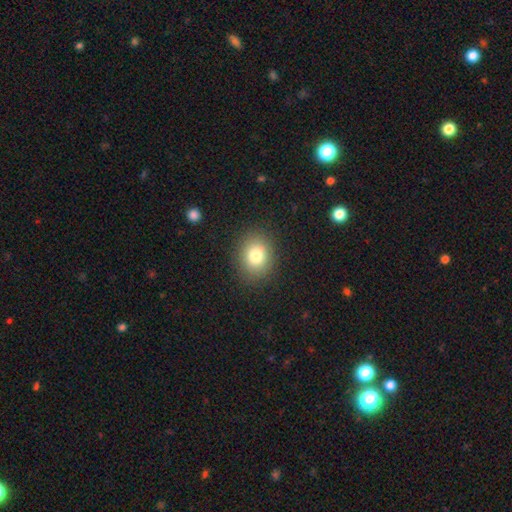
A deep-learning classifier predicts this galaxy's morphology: Smooth or featured? Predicted: smooth (p=0.80). How rounded? Predicted: round (p=0.61). Merging? Predicted: none (p=0.87).